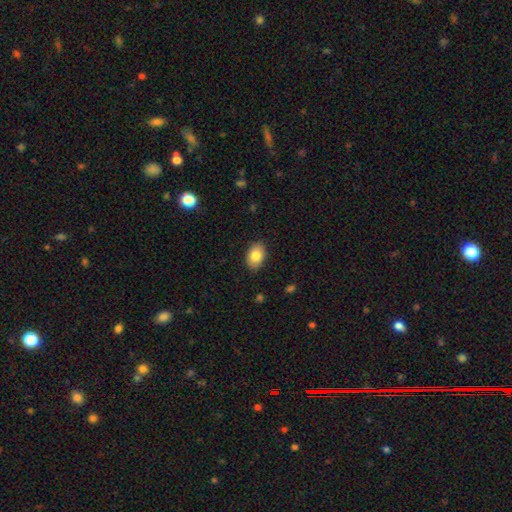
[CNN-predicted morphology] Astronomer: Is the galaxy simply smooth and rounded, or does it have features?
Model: smooth — 83%.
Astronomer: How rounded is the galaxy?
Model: in between — 84%.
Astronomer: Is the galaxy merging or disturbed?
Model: none — 87%.